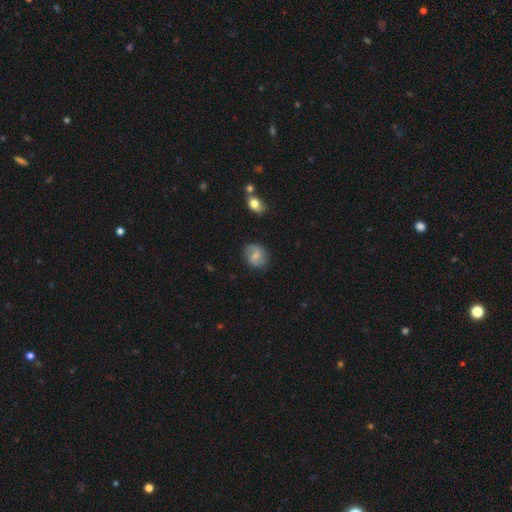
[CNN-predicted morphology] A featured or disk galaxy (46%, tied with smooth). Merging: none (76%).